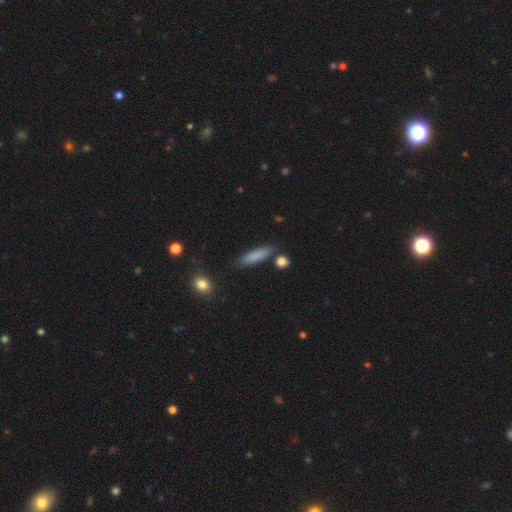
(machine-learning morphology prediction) This appears to be a smooth galaxy with no disk features (83%) that is cigar-shaped (72%). Merging: none (80%).